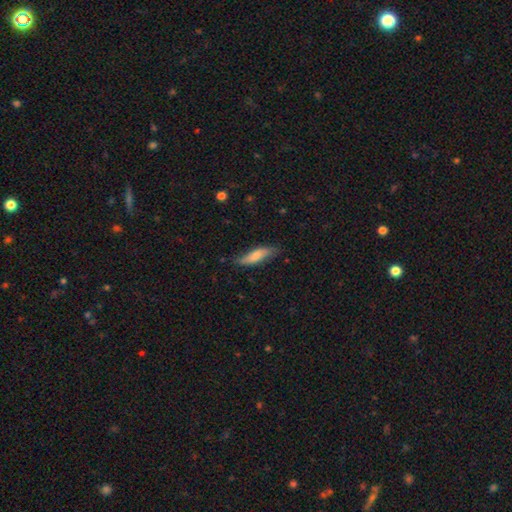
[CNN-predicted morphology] The model was most divided on "how rounded": cigar-shaped: 60%, in between: 38%, round: 2%. More confident: smooth or featured — smooth (73%); merging — none (71%).